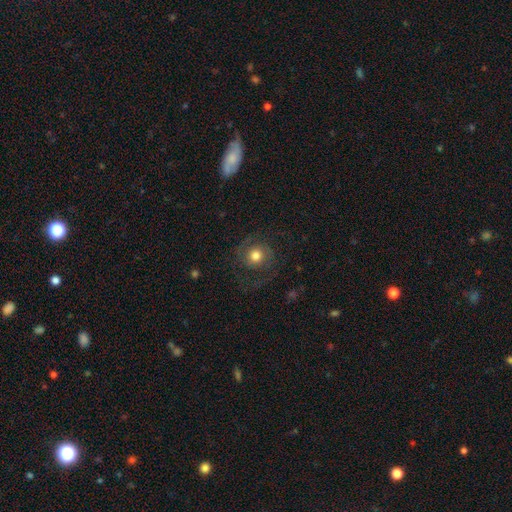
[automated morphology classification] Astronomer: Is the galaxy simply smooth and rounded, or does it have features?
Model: featured or disk — 51% (runner-up: smooth, 39%).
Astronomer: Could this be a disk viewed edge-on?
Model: no — 97%.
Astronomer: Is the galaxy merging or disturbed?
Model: none — 68%.